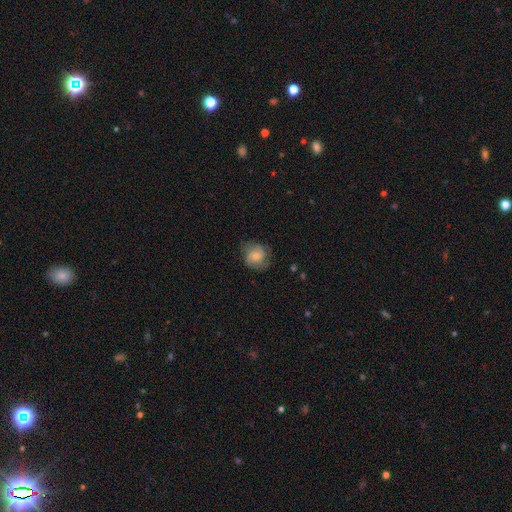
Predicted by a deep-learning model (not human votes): Smooth or featured? smooth (56%)
How rounded? round (75%)
Merging? none (66%)